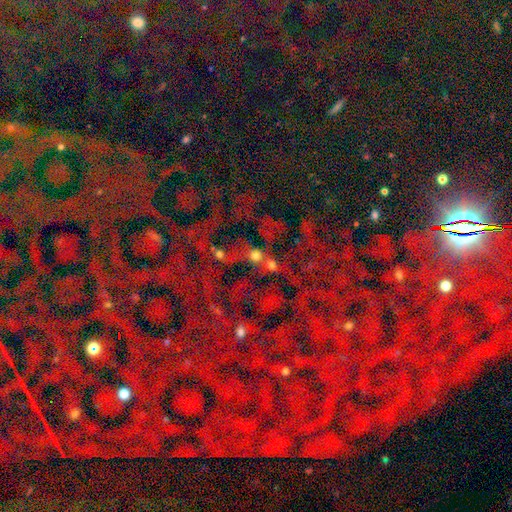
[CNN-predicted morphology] Smooth or featured? star or artifact (53%)